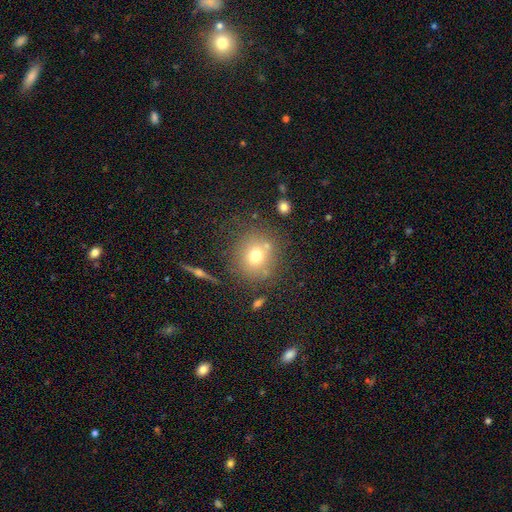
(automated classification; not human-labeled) smooth 68%, featured or disk 17%, star or artifact 15%. Down the decision tree: how rounded — round (88%); merging — none (74%).